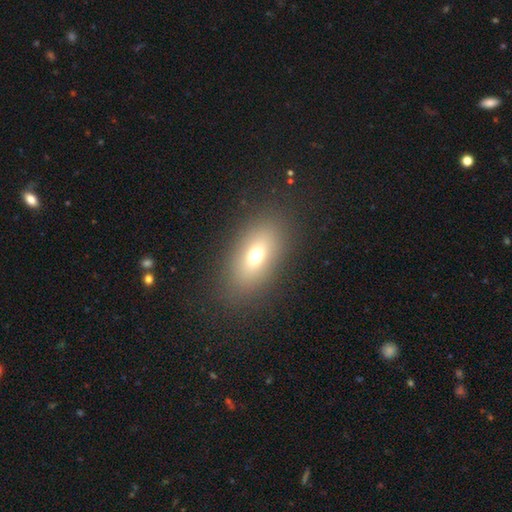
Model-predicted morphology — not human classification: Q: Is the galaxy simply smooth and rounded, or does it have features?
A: smooth — 68%.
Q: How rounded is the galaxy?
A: in between — 82%.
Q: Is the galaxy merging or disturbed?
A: none — 84%.